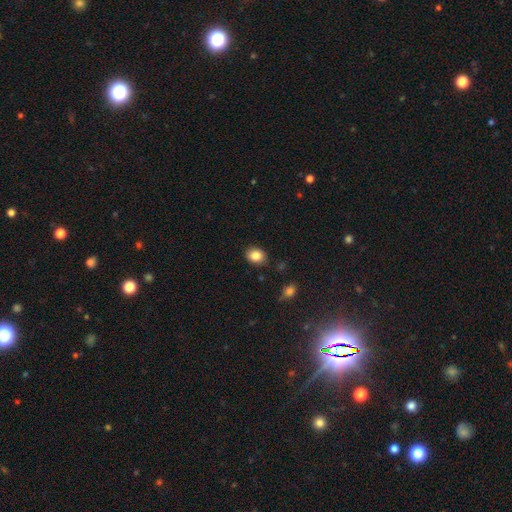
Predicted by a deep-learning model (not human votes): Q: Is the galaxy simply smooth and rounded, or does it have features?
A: smooth — 84%.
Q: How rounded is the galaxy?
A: in between — 55%.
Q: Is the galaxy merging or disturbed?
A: none — 87%.